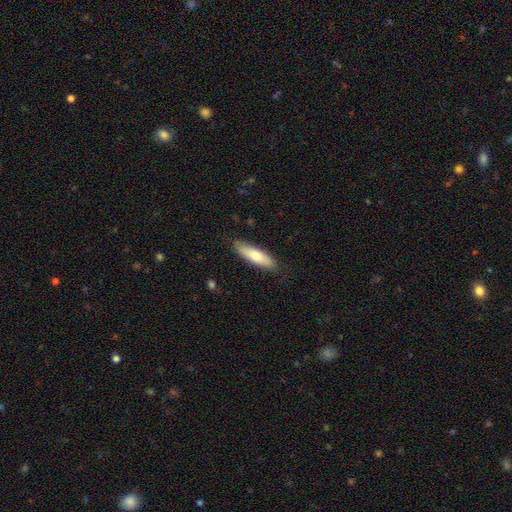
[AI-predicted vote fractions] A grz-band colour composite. It shows a smooth galaxy with no disk features (74%) that is cigar-shaped (58%). Merging: none (84%).